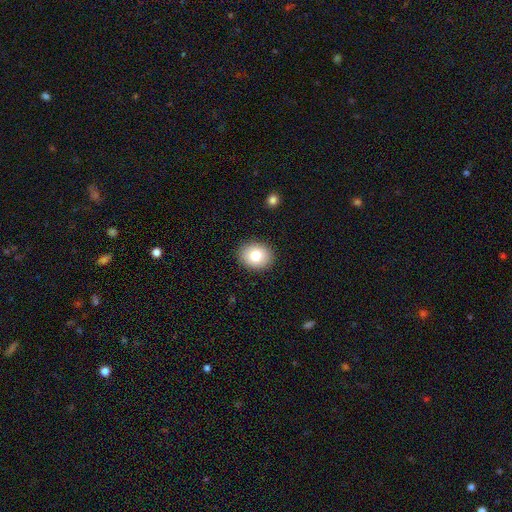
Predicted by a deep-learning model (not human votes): A smooth galaxy with no disk features (78%) that is round (64%).

Vote fractions:
- Smooth or featured? smooth: 78% / featured or disk: 12% / star or artifact: 9%
- How rounded? round: 64% / in between: 36% / cigar-shaped: 1%
- Merging? none: 90% / minor disturbance: 7% / major disturbance: 2% / merger: 1%